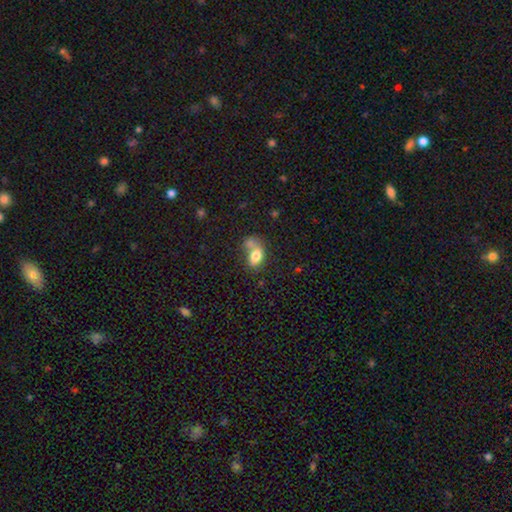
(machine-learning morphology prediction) Smooth or featured?
  - smooth: 76% *
  - featured or disk: 15%
  - star or artifact: 9%
How rounded?
  - in between: 85% *
  - round: 13%
  - cigar-shaped: 3%
Merging?
  - merger: 48% *
  - none: 28%
  - minor disturbance: 14%
  - major disturbance: 9%